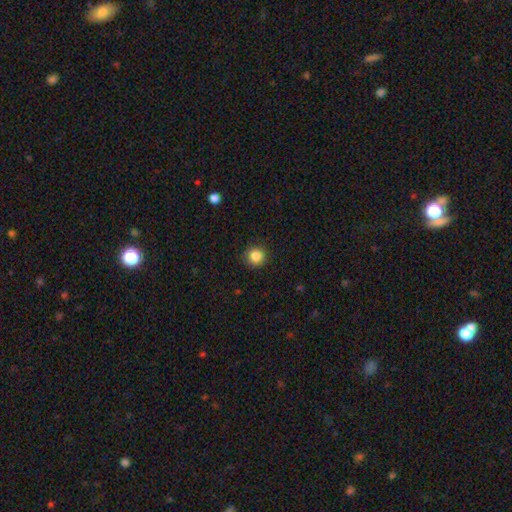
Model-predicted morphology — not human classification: Overall: smooth (86%). How rounded: round (93%). Merging: none (90%).